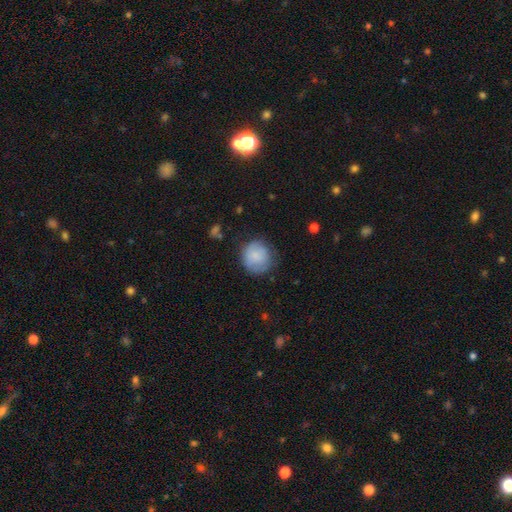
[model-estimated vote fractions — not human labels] Overall: smooth (80%). How rounded: round (88%). Merging: none (70%).